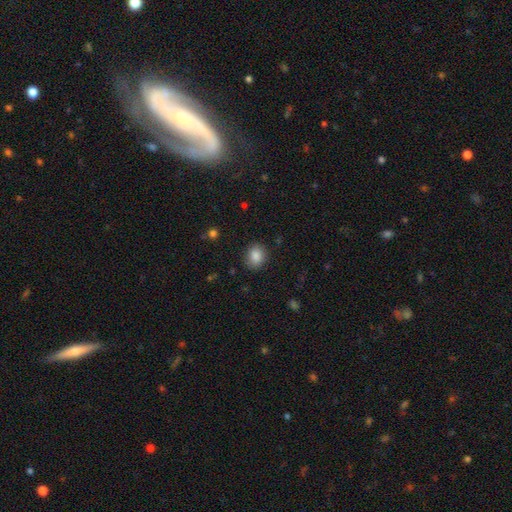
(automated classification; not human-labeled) Morphology: type=smooth (86%); roundness=round (56%); merging=none (85%).